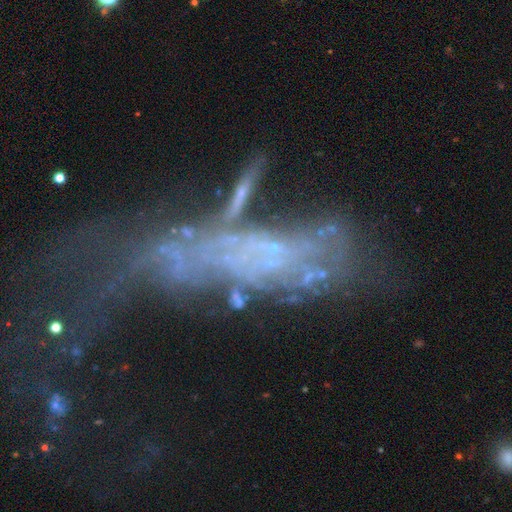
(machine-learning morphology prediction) The model was most divided on "merging": major disturbance: 45%, merger: 27%, none: 15%, minor disturbance: 13%. More confident: bar — no (80%); edge-on disk — no (80%); bulge size — none (67%); spiral arms — no (66%); smooth or featured — featured or disk (63%).